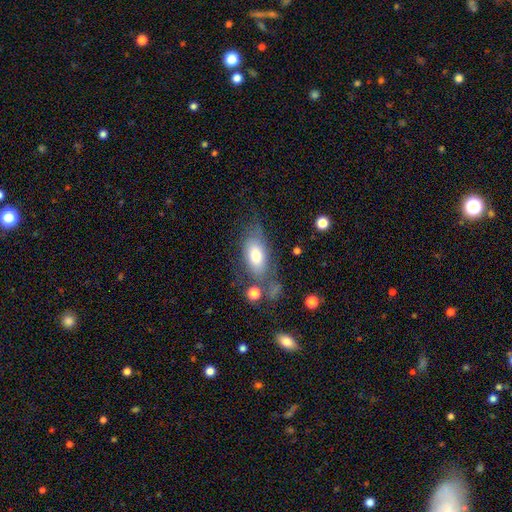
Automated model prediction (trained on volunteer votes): Q: Smooth or featured?
A: smooth (67%); runner-up: featured or disk (25%)
Q: How rounded?
A: in between (86%); runner-up: cigar-shaped (9%)
Q: Merging?
A: none (50%); runner-up: minor disturbance (24%)